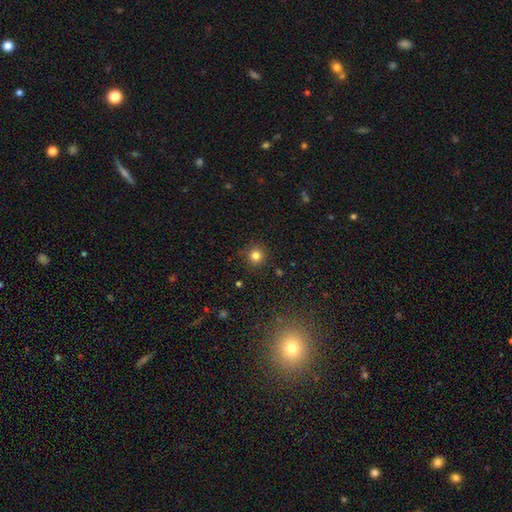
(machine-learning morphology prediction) This is clearly a smooth galaxy (82%). How rounded: clearly round (94%). Merging: clearly none (89%).